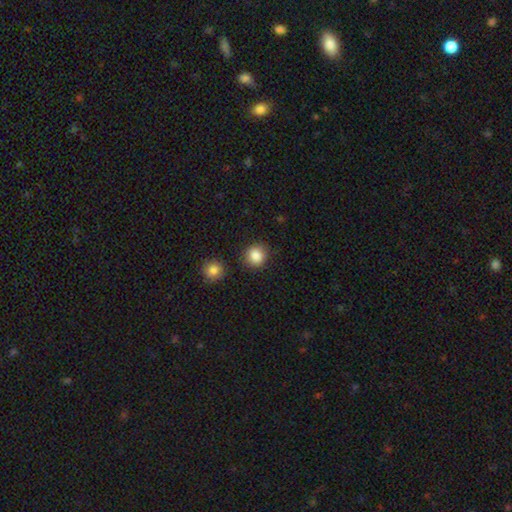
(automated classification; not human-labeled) Q: Smooth or featured?
A: smooth (87%); runner-up: star or artifact (9%)
Q: How rounded?
A: round (90%); runner-up: in between (9%)
Q: Merging?
A: none (86%); runner-up: minor disturbance (8%)